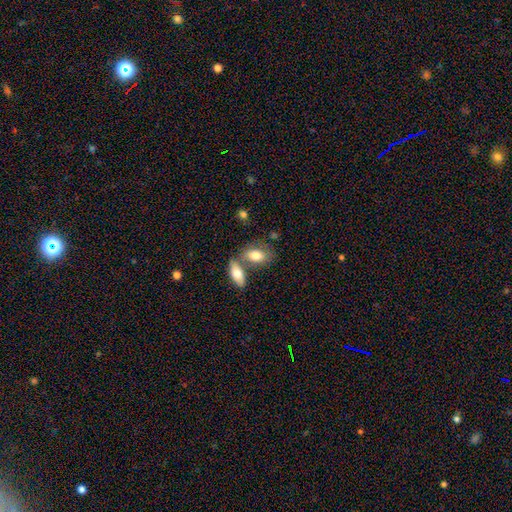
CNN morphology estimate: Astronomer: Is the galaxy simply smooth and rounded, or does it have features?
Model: smooth — 77%.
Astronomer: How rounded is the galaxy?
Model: in between — 89%.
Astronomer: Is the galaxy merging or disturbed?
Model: none — 46% (runner-up: merger, 40%).